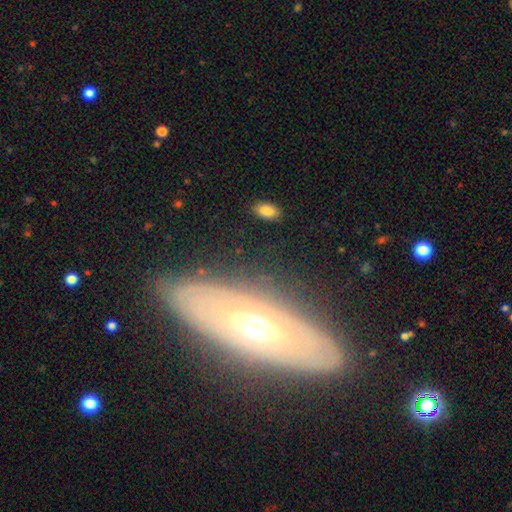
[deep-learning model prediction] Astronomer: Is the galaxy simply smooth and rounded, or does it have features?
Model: featured or disk — 72%.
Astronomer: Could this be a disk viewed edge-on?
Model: no — 67%.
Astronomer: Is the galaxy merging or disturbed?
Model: none — 83%.